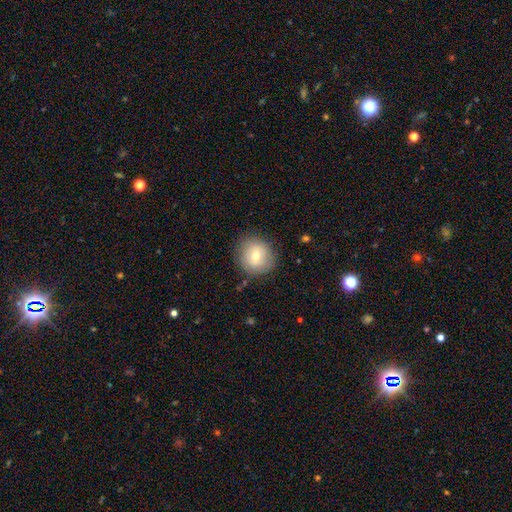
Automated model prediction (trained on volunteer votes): smooth-or-featured: smooth: 67% | featured or disk: 24% | star or artifact: 9%
  how-rounded: round: 89% | in between: 10% | cigar-shaped: 1%
  merging: none: 83% | minor disturbance: 12% | major disturbance: 4% | merger: 1%